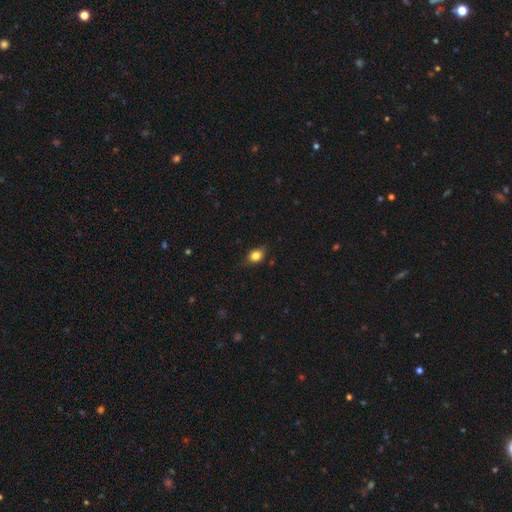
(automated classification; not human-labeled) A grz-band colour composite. It shows a smooth galaxy with no disk features (81%) that is in between round and cigar-shaped (57%). Merging: none (70%).